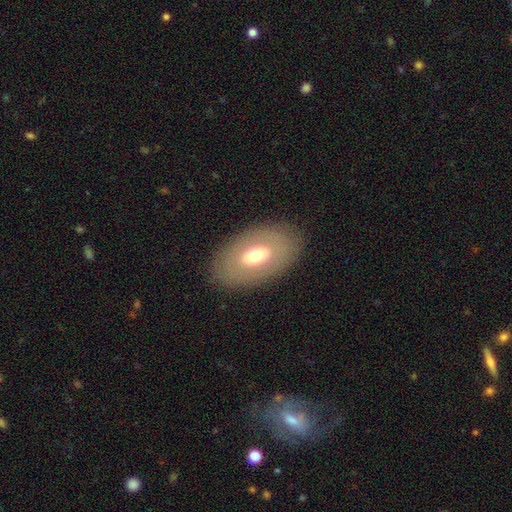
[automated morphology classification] A smooth galaxy with no disk features (55%) that is in between round and cigar-shaped (90%). Merging: none (85%).